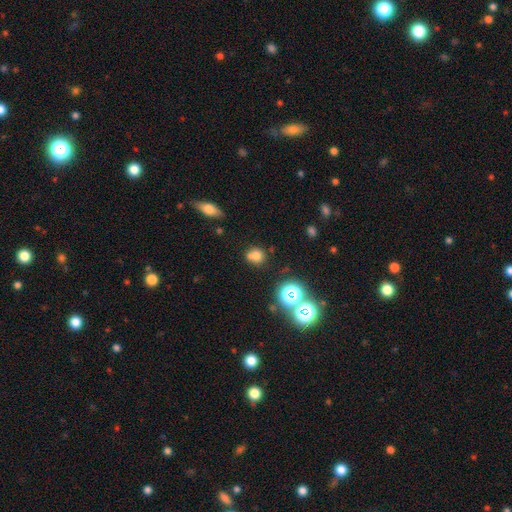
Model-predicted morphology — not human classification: The model was most divided on "merging": none: 57%, merger: 24%, minor disturbance: 14%, major disturbance: 5%. More confident: how rounded — round (79%); smooth or featured — smooth (70%).